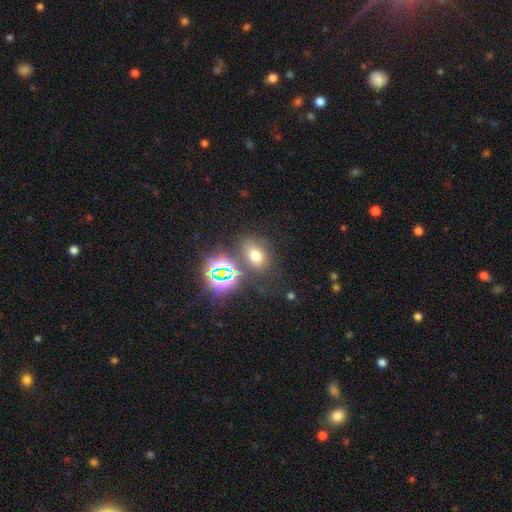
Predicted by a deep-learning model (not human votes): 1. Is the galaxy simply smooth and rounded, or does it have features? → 58% smooth, 30% star or artifact, 12% featured or disk.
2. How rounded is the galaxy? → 71% in between, 27% round, 2% cigar-shaped.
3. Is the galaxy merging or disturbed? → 68% none, 13% minor disturbance, 12% merger, 7% major disturbance.